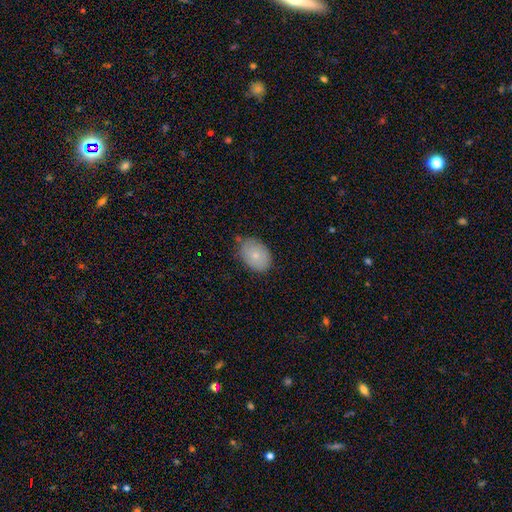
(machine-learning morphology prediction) smooth 77%, featured or disk 16%, star or artifact 8%. Down the decision tree: how rounded — in between (79%); merging — none (72%).